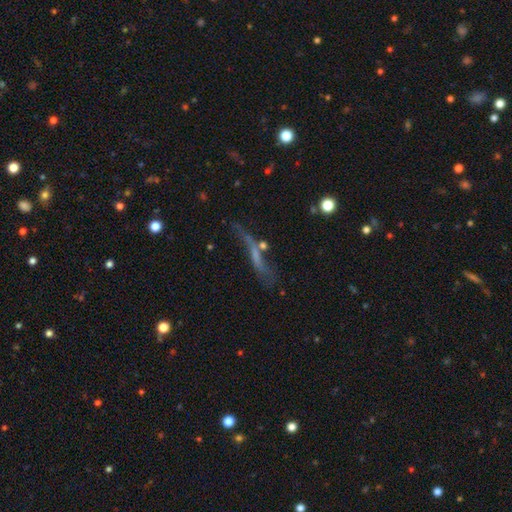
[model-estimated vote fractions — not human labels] This appears to be a featured or disk galaxy (50%). Merging: none (45%).